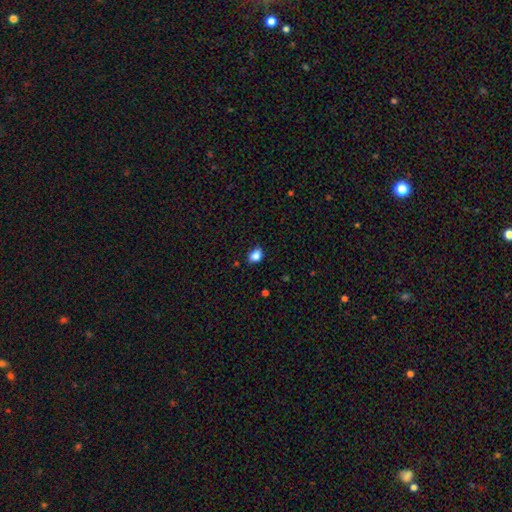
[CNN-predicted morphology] This appears to be a smooth galaxy with no disk features (86%) that is in between round and cigar-shaped (65%). Merging: none (74%).